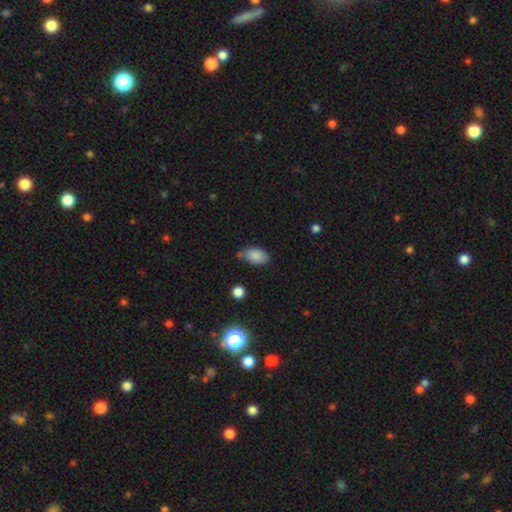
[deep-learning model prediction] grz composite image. It shows a smooth galaxy with no disk features (86%) that is in between round and cigar-shaped (91%). Merging: none (67%).